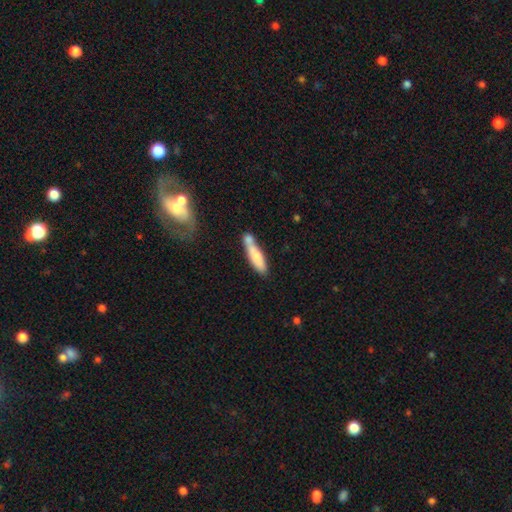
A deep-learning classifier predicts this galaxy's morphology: This appears to be a smooth galaxy with no disk features (75%) that is cigar-shaped (77%). Merging: none (46%).